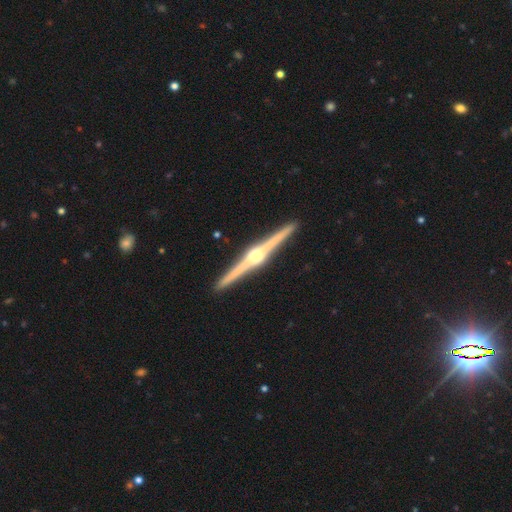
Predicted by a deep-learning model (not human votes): Overall: featured or disk (87%). Edge-on disk: yes (99%). Edge-on bulge: rounded (93%). Merging: none (92%).